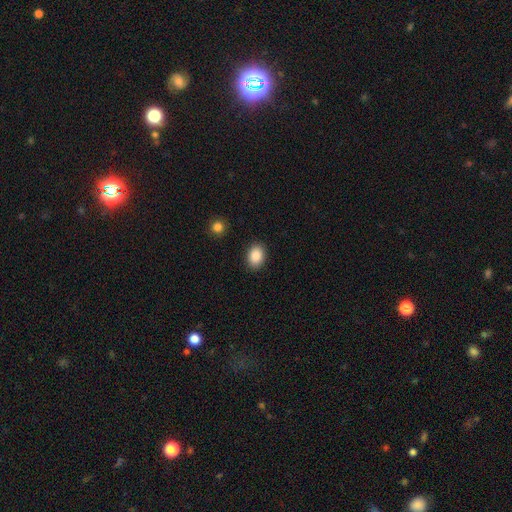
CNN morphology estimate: A smooth galaxy with no disk features (88%) that is in between round and cigar-shaped (73%). Merging: none (88%).